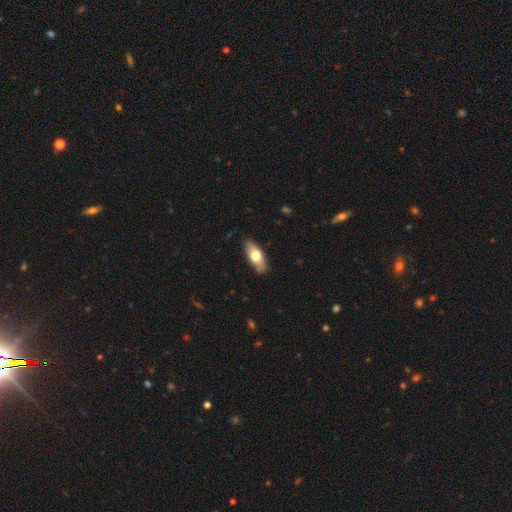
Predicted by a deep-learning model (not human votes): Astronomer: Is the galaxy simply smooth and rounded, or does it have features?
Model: smooth — 63%.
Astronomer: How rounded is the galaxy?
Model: in between — 80%.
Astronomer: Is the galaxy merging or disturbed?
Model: none — 83%.